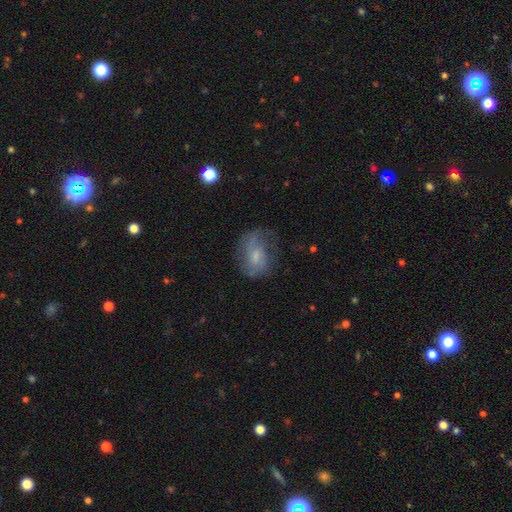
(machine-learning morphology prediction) smooth-or-featured: featured or disk: 50% | smooth: 40% | star or artifact: 9%
  disk-edge-on: no: 97% | yes: 3%
  merging: none: 51% | minor disturbance: 26% | major disturbance: 22% | merger: 2%